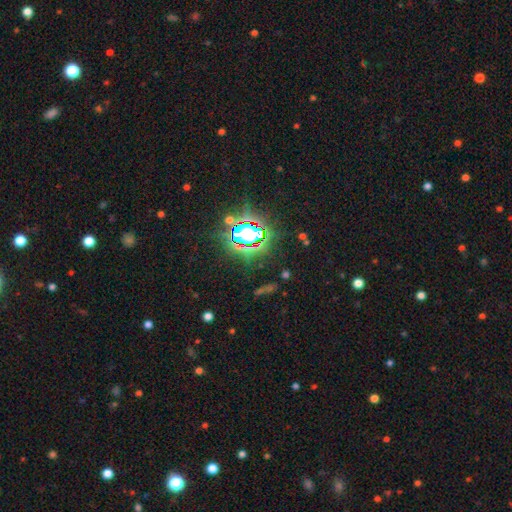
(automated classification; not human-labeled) This appears to be a star or artifact, not a galaxy (85%).